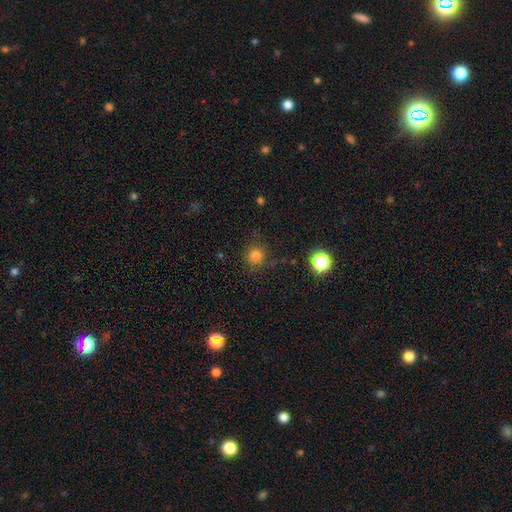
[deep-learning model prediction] smooth_or_featured: smooth (p=0.79) [alt: star or artifact p=0.16]
how_rounded: round (p=0.91) [alt: in between p=0.08]
merging: none (p=0.83) [alt: minor disturbance p=0.11]